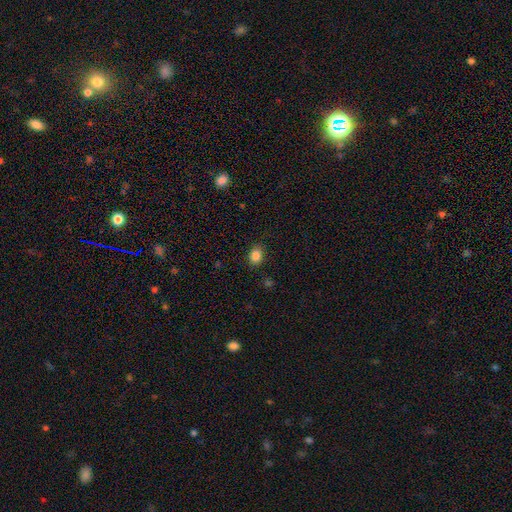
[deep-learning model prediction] Q: Smooth or featured?
A: smooth (86%); runner-up: star or artifact (10%)
Q: How rounded?
A: in between (64%); runner-up: round (35%)
Q: Merging?
A: none (87%); runner-up: minor disturbance (10%)